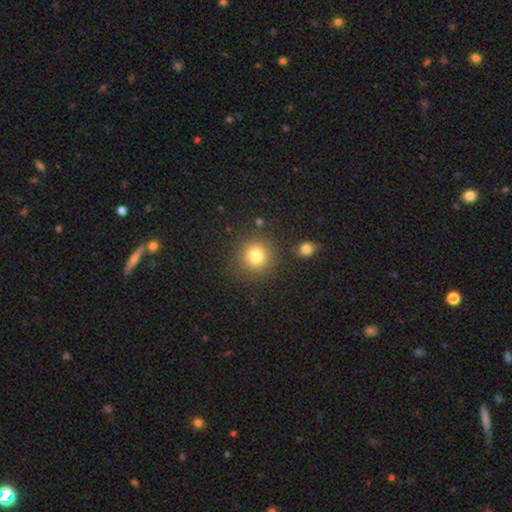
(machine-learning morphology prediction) Smooth or featured: smooth — 81% (star or artifact — 12%)
How rounded: round — 92% (in between — 7%)
Merging: none — 85% (minor disturbance — 8%)